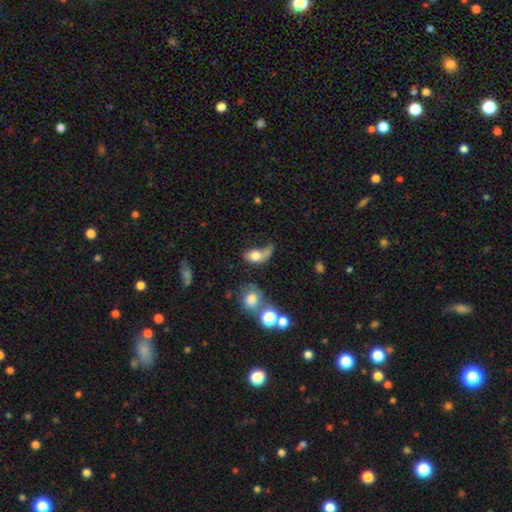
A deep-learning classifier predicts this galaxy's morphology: Smooth or featured?
  - smooth: 67% *
  - featured or disk: 22%
  - star or artifact: 11%
How rounded?
  - in between: 76% *
  - round: 20%
  - cigar-shaped: 4%
Merging?
  - major disturbance: 36% *
  - none: 23%
  - merger: 23%
  - minor disturbance: 19%